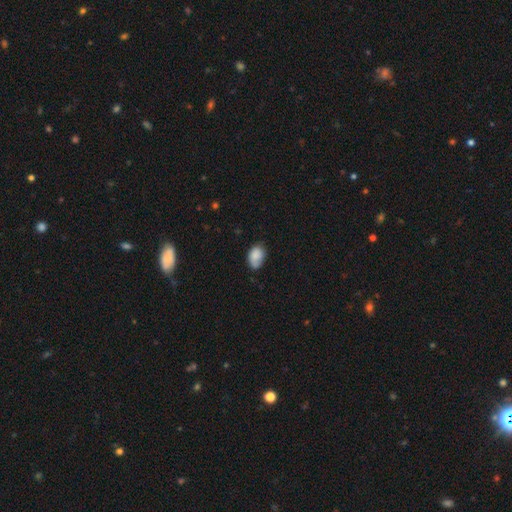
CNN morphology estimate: A smooth galaxy with no disk features (81%) that is in between round and cigar-shaped (80%).

Vote fractions:
- Smooth or featured? smooth: 81% / featured or disk: 11% / star or artifact: 8%
- How rounded? in between: 80% / round: 19% / cigar-shaped: 1%
- Merging? none: 54% / minor disturbance: 33% / major disturbance: 8% / merger: 5%